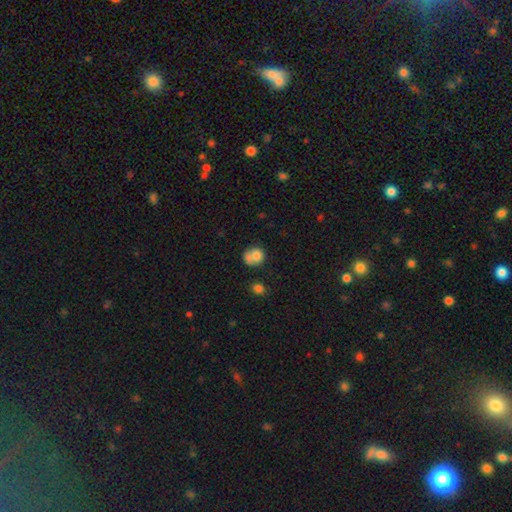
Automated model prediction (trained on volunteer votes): smooth_or_featured: smooth (p=0.75) [alt: featured or disk p=0.16]
how_rounded: round (p=0.73) [alt: in between p=0.26]
merging: none (p=0.38) [alt: merger p=0.34]